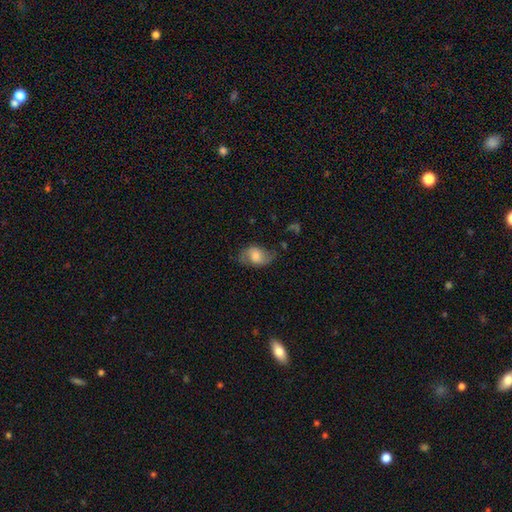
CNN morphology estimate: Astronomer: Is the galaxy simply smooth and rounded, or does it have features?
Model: smooth — 51% (runner-up: featured or disk, 41%).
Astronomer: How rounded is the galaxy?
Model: in between — 79%.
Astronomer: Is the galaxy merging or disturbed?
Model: none — 57%.